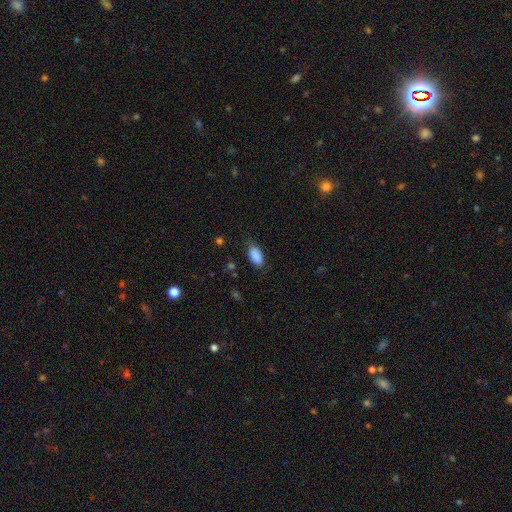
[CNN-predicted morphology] Smooth or featured? smooth (88%)
How rounded? in between (90%)
Merging? none (78%)